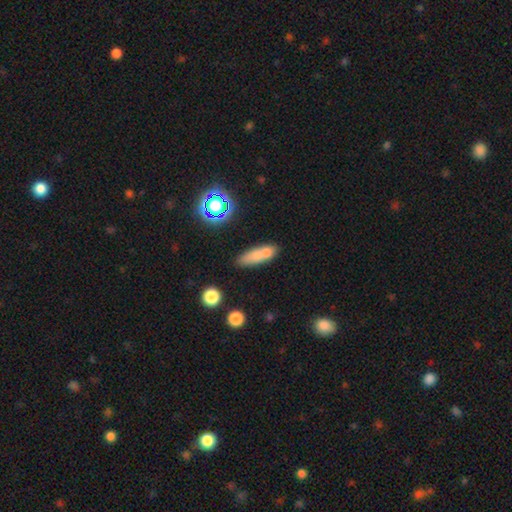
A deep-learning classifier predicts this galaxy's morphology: smooth 67%, featured or disk 21%, star or artifact 12%. Down the decision tree: how rounded — in between (51%); merging — none (50%).